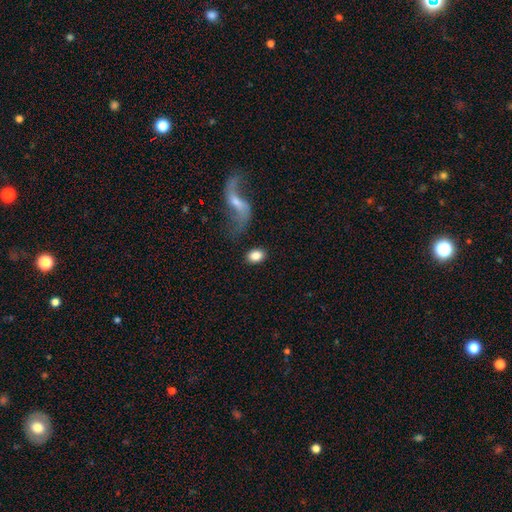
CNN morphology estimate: The model was most divided on "how rounded": in between: 79%, round: 19%, cigar-shaped: 2%. More confident: smooth or featured — smooth (82%); merging — none (77%).